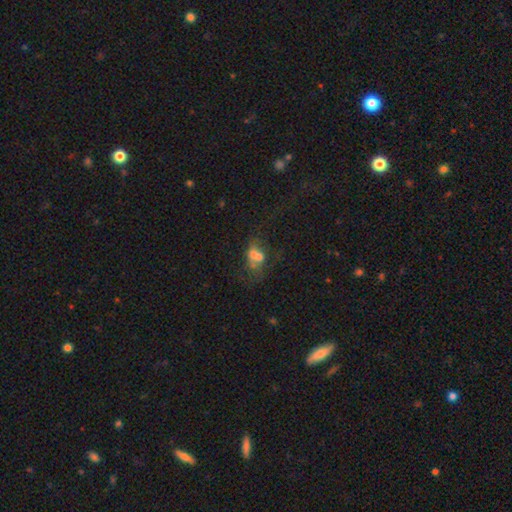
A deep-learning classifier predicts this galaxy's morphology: This appears to be a smooth galaxy with no disk features (45%). Merging: merger (53%).